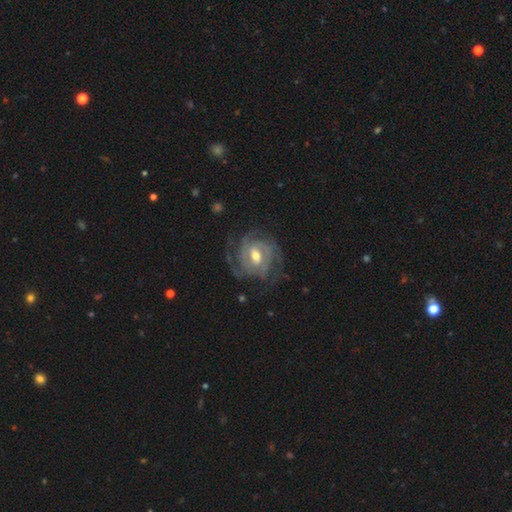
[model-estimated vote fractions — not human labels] Overall: featured or disk (89%). Edge-on disk: no (97%). Bar: weak (52%; no 27%). Spiral arms: yes (96%). Spiral arm count: 3 (33%; can't tell 22%). Spiral winding: tight (59%; medium 33%). Bulge size: moderate (71%). Merging: none (68%).